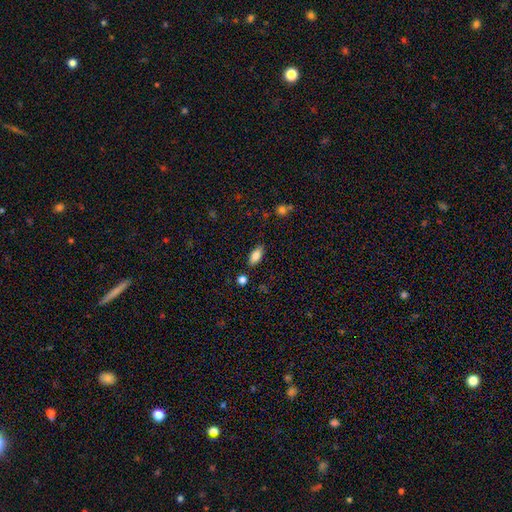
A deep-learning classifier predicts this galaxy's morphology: The model was most divided on "merging": none: 82%, minor disturbance: 12%, merger: 3%, major disturbance: 3%. More confident: how rounded — in between (88%); smooth or featured — smooth (84%).